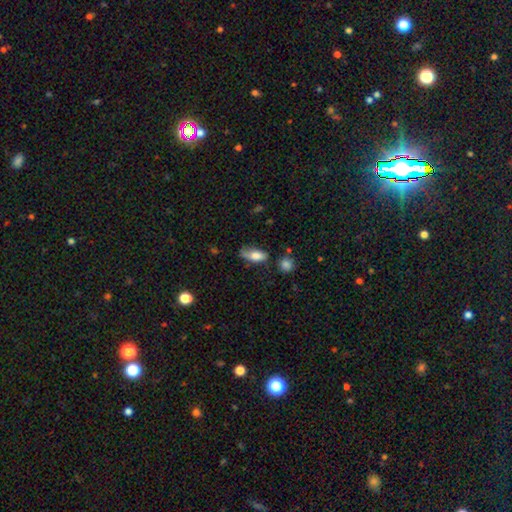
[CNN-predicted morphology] A smooth galaxy with no disk features (77%) that is in between round and cigar-shaped (83%). Merging: none (45%).